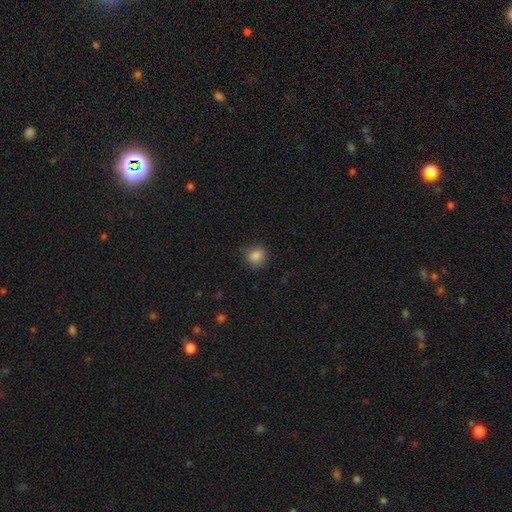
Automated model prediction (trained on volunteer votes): The model was most divided on "how rounded": round: 84%, in between: 15%, cigar-shaped: 1%. More confident: merging — none (85%); smooth or featured — smooth (85%).